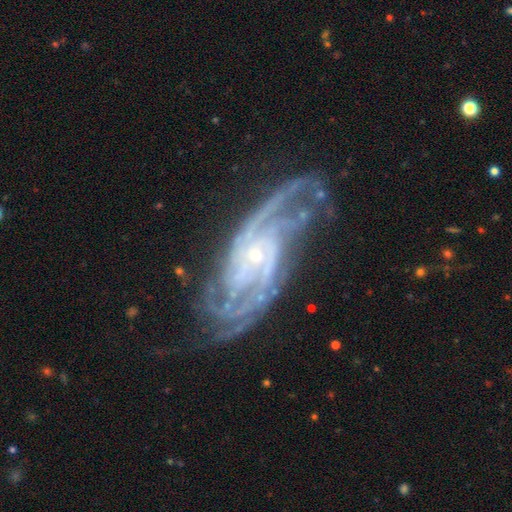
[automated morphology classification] featured or disk 91%, star or artifact 6%, smooth 3%. Down the decision tree: edge-on disk — no (95%); bar — no (64%); spiral arms — yes (98%); spiral arm count — 2 (22%, tied with 3); spiral winding — tight (49%); bulge size — small (82%); merging — none (66%).